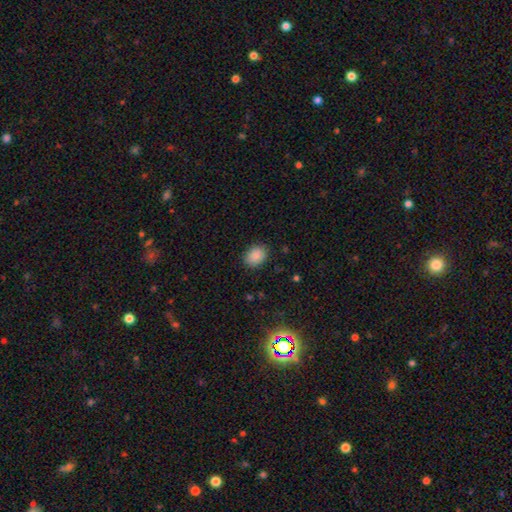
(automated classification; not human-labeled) Overall: smooth (88%). How rounded: in between (61%; round 39%). Merging: none (87%).